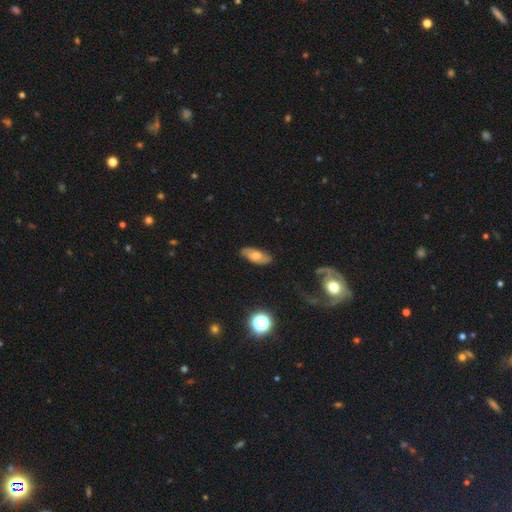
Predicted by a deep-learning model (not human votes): Smooth or featured?
  - smooth: 48% *
  - featured or disk: 43%
  - star or artifact: 9%
Merging?
  - none: 81% *
  - minor disturbance: 15%
  - major disturbance: 3%
  - merger: 1%